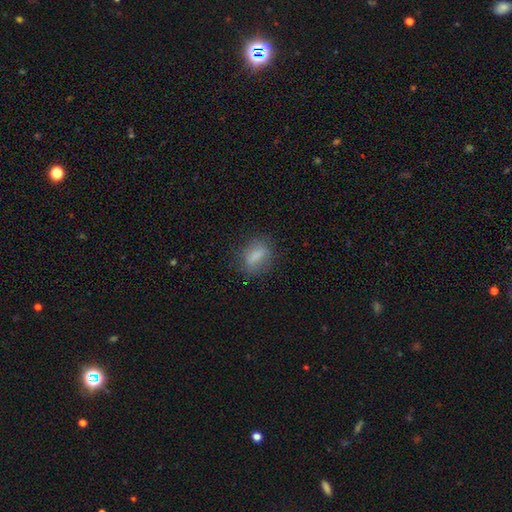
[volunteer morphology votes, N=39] smooth 77%, featured or disk 15%, star or artifact 8%. Down the decision tree: how rounded — in between (83%); merging — none (75%).